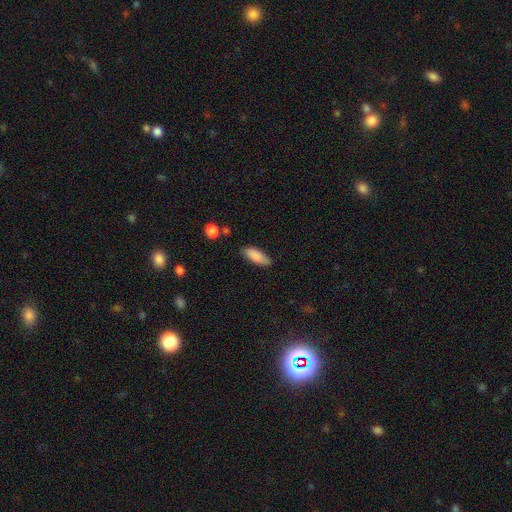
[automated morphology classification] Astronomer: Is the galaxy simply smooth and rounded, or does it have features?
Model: smooth — 87%.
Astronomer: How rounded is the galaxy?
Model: in between — 75%.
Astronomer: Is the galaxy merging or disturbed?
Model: none — 76%.